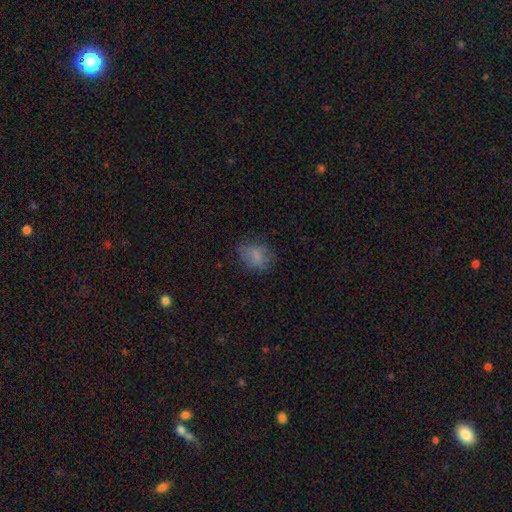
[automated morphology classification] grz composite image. It shows a smooth galaxy with no disk features (74%) that is in between round and cigar-shaped (66%). Merging: none (65%).